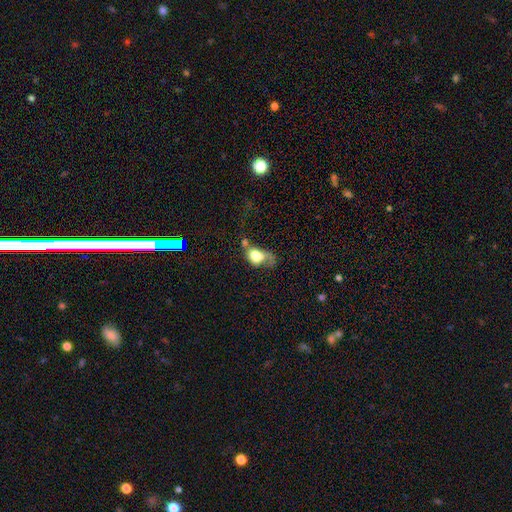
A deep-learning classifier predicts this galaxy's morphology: type=smooth (66%); roundness=in between (63%); merging=major disturbance (39%).